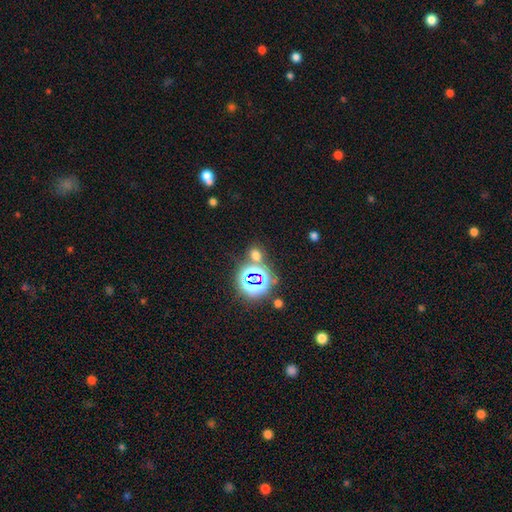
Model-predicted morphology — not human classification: Q: Smooth or featured?
A: smooth (52%); runner-up: star or artifact (41%)
Q: How rounded?
A: round (61%); runner-up: in between (37%)
Q: Merging?
A: none (70%); runner-up: merger (16%)